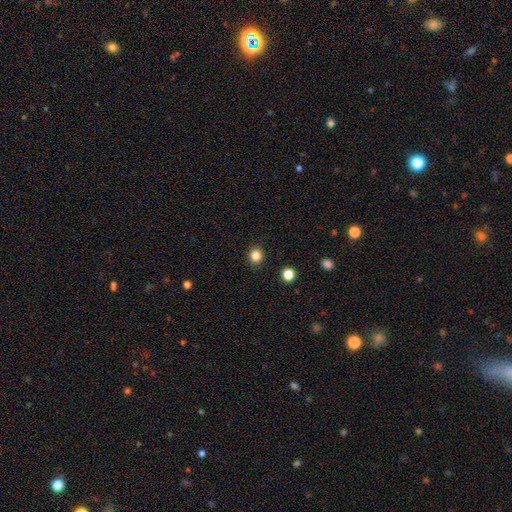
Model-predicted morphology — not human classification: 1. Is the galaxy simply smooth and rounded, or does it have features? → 84% smooth, 12% star or artifact, 4% featured or disk.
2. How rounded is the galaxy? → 82% round, 17% in between, 1% cigar-shaped.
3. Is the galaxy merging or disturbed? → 91% none, 6% minor disturbance, 2% major disturbance, 1% merger.